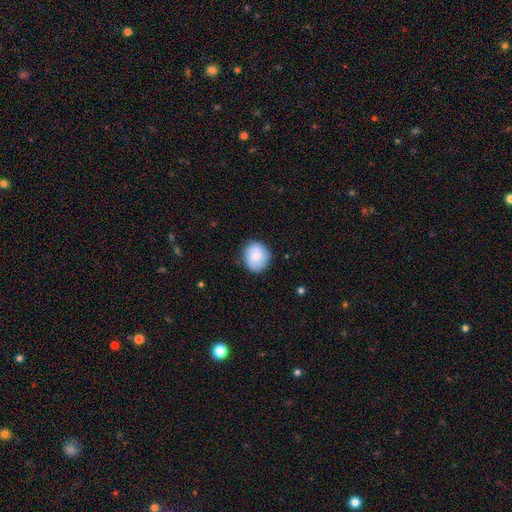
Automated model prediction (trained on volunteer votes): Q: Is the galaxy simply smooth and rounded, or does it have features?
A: smooth — 75%.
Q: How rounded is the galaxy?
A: round — 76%.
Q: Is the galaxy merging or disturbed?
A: none — 81%.